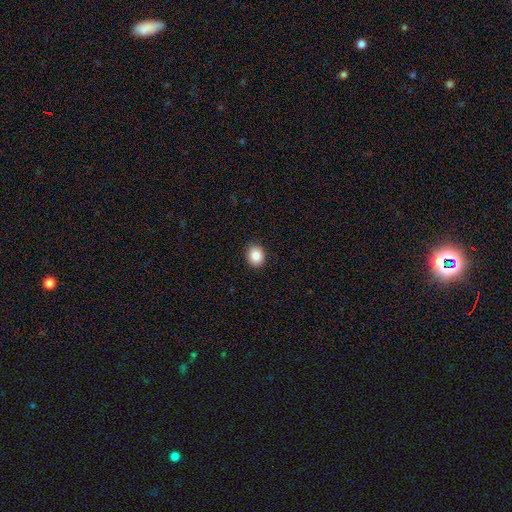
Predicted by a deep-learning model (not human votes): Smooth or featured? smooth (87%)
How rounded? round (51%)
Merging? none (91%)